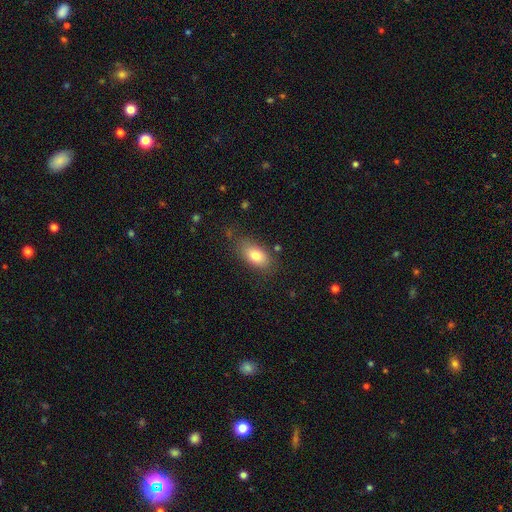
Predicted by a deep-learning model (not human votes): smooth-or-featured: smooth: 79% | featured or disk: 13% | star or artifact: 8%
  how-rounded: in between: 90% | round: 6% | cigar-shaped: 4%
  merging: none: 76% | minor disturbance: 17% | major disturbance: 5% | merger: 2%